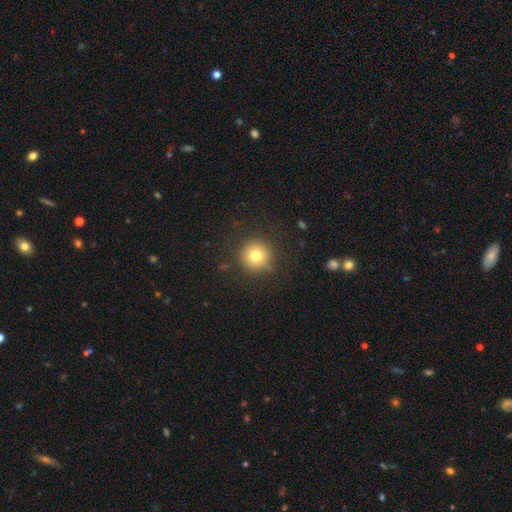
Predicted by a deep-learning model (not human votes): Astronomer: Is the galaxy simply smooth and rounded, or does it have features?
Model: smooth — 77%.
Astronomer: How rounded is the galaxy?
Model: round — 95%.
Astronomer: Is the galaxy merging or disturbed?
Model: none — 85%.